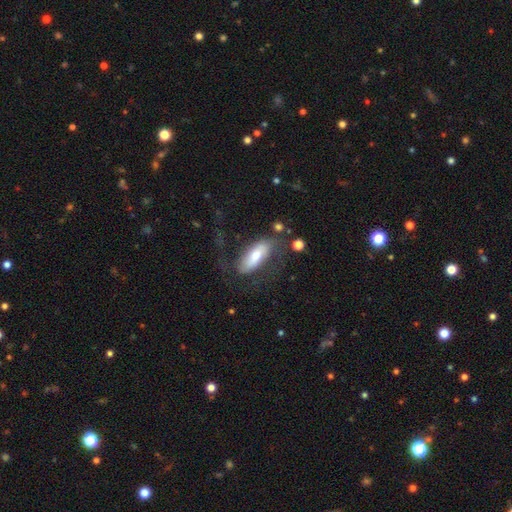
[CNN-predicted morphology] Smooth or featured: smooth — 47% (featured or disk — 46%)
Merging: none — 52% (major disturbance — 25%)